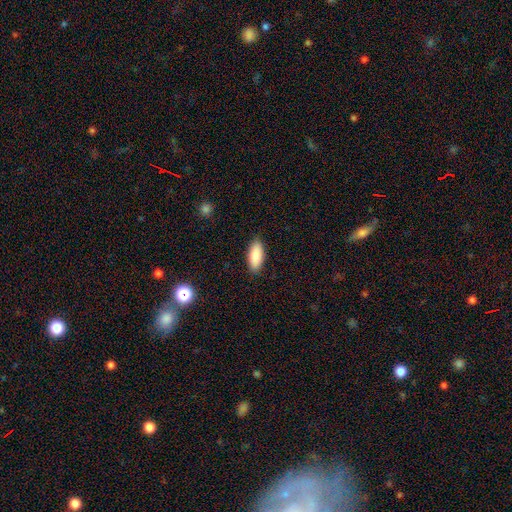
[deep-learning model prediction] smooth_or_featured: smooth (p=0.87) [alt: featured or disk p=0.07]
how_rounded: in between (p=0.84) [alt: cigar-shaped p=0.14]
merging: none (p=0.89) [alt: minor disturbance p=0.09]